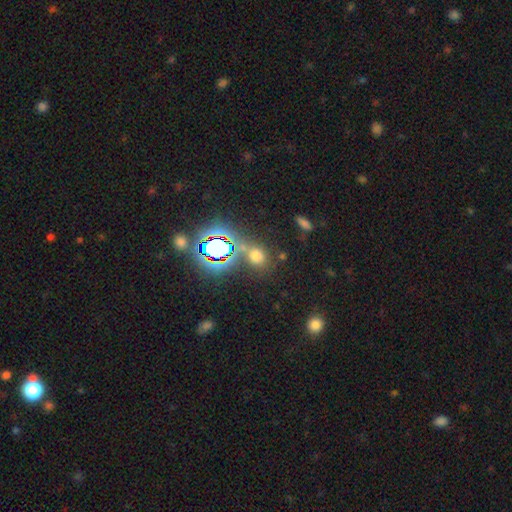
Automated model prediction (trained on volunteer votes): Q: Smooth or featured?
A: smooth (55%); runner-up: star or artifact (36%)
Q: How rounded?
A: round (71%); runner-up: in between (26%)
Q: Merging?
A: none (68%); runner-up: merger (14%)